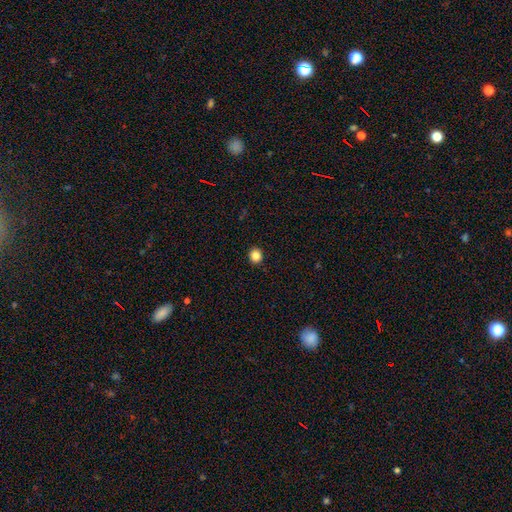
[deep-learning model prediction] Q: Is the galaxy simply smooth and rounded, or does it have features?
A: smooth — 85%.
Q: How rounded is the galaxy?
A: round — 86%.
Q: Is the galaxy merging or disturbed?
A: none — 92%.